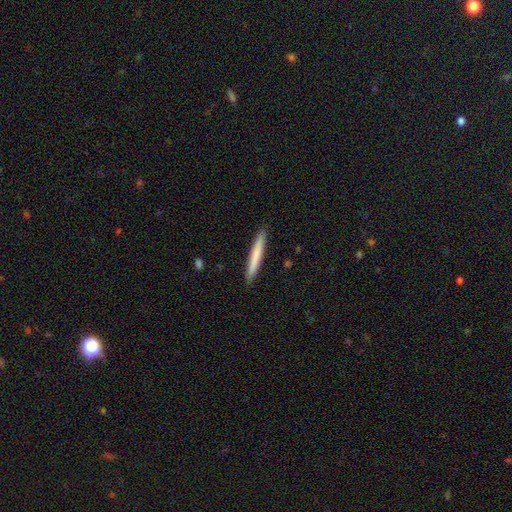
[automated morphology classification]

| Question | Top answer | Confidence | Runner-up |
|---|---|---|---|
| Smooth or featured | smooth | 72% | featured or disk (23%) |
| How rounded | cigar-shaped | 97% | in between (2%) |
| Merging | none | 92% | minor disturbance (6%) |